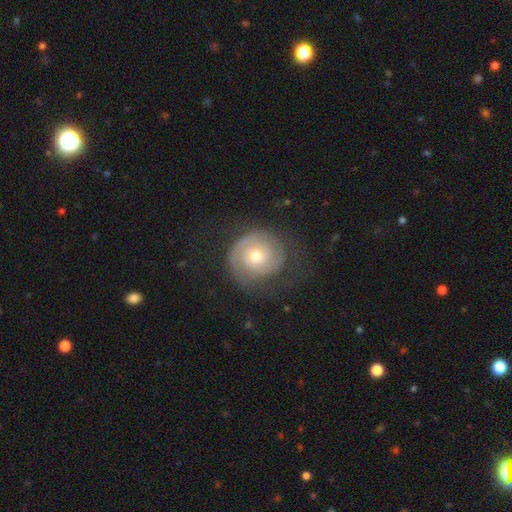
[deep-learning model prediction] Morphology: type=featured or disk (69%); edge-on=no (97%); bar=no (82%); spiral arms=yes (86%); winding=tight (67%); arm count=1 (34%); bulge=moderate (57%); merging=none (62%).